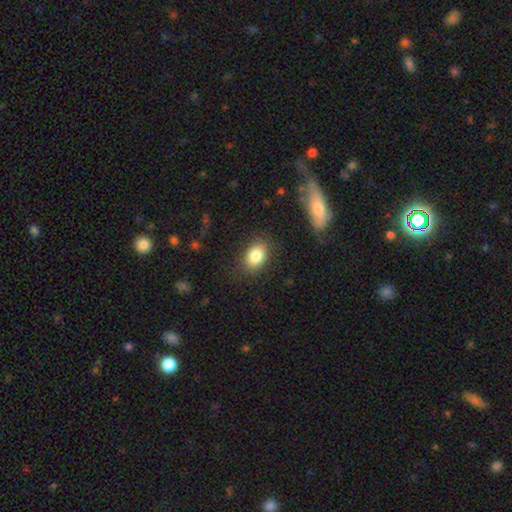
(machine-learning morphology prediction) smooth-or-featured: smooth: 85% | star or artifact: 8% | featured or disk: 7%
  how-rounded: in between: 82% | round: 17% | cigar-shaped: 1%
  merging: none: 82% | minor disturbance: 12% | major disturbance: 4% | merger: 2%